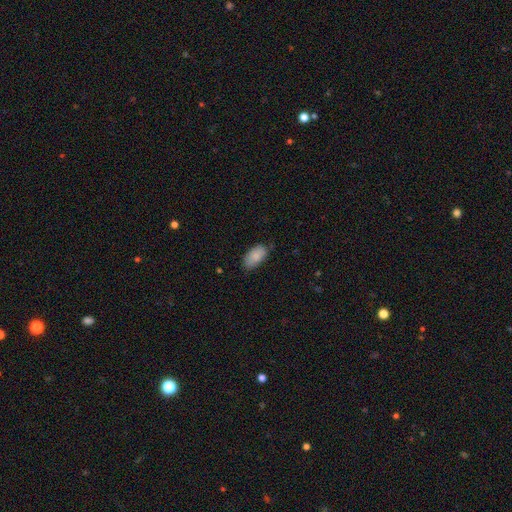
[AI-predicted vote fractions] Smooth or featured: smooth — 86% (featured or disk — 8%)
How rounded: in between — 94% (round — 3%)
Merging: none — 73% (minor disturbance — 22%)